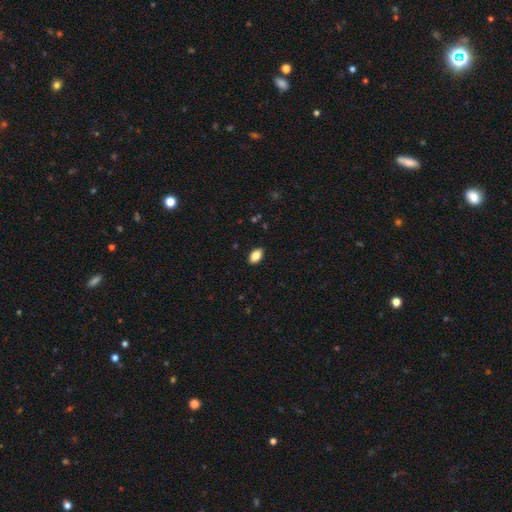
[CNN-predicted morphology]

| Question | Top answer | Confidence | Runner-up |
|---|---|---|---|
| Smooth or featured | smooth | 85% | star or artifact (8%) |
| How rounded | in between | 91% | round (7%) |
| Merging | none | 89% | minor disturbance (8%) |